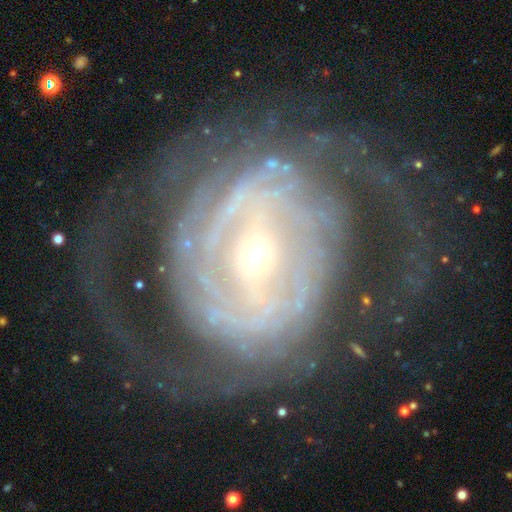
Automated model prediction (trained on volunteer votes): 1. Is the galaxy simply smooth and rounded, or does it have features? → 88% featured or disk, 7% smooth, 6% star or artifact.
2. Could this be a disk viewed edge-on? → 96% no, 4% yes.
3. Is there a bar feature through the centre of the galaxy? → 37% weak, 32% strong, 31% no.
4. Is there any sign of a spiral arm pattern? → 91% yes, 9% no.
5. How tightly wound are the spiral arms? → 52% tight, 33% medium, 15% loose.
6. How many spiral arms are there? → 41% 2, 28% can't tell, 10% 3, 8% 4, 6% more than 4, 6% 1.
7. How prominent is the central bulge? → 78% small, 17% moderate, 2% large, 1% dominant, 1% none.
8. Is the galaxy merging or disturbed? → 65% none, 20% major disturbance, 13% minor disturbance, 1% merger.